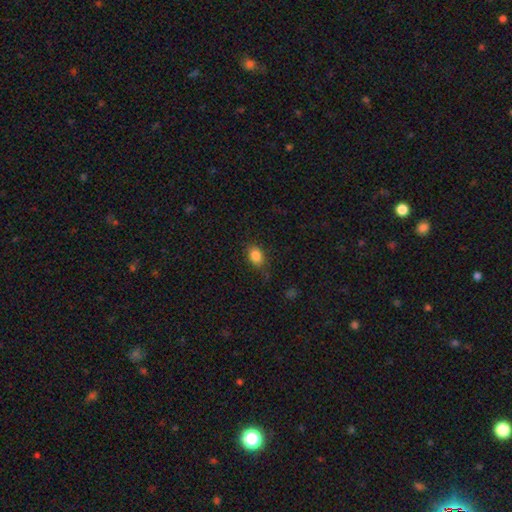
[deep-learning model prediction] Q: Smooth or featured?
A: smooth (84%); runner-up: star or artifact (10%)
Q: How rounded?
A: in between (76%); runner-up: round (23%)
Q: Merging?
A: none (76%); runner-up: minor disturbance (18%)